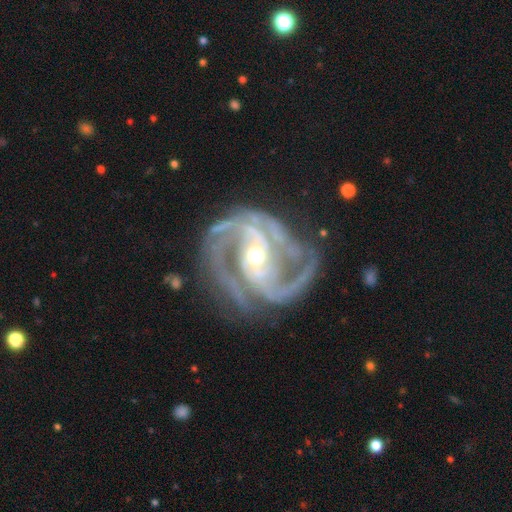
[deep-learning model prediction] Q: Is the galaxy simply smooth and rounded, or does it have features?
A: featured or disk — 93%.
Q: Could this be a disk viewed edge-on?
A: no — 98%.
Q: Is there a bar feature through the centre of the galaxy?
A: strong — 35%.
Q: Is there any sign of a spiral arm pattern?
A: yes — 99%.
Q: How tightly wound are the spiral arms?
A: medium — 48%.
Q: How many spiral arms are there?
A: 2 — 39%.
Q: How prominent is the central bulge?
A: moderate — 56%.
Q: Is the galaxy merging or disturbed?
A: none — 69%.